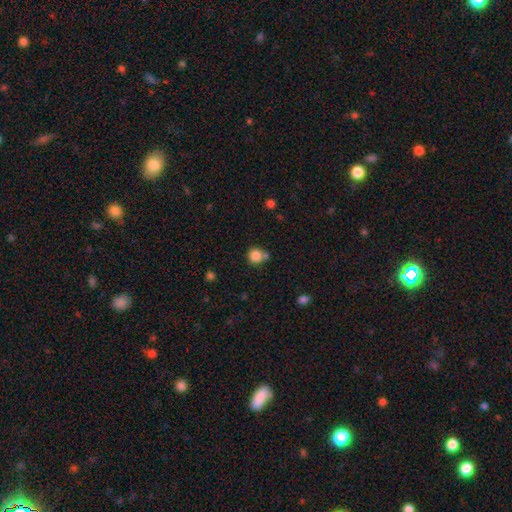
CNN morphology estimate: Smooth or featured? Predicted: smooth (p=0.84). How rounded? Predicted: round (p=0.90). Merging? Predicted: none (p=0.63).